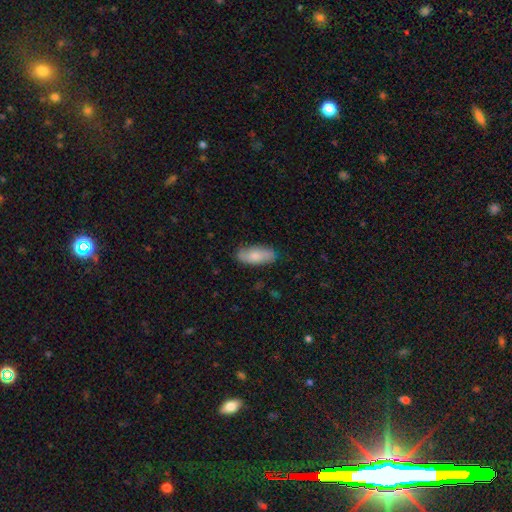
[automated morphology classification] Smooth or featured: smooth — 75% (featured or disk — 19%)
How rounded: in between — 82% (cigar-shaped — 16%)
Merging: none — 80% (minor disturbance — 16%)